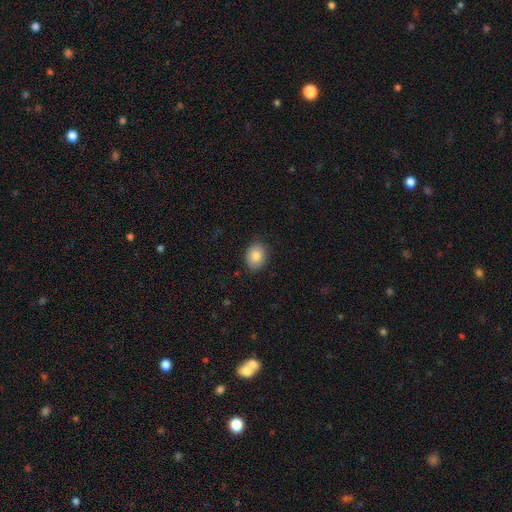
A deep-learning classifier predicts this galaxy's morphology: A smooth galaxy with no disk features (84%) that is in between round and cigar-shaped (61%).

Vote fractions:
- Smooth or featured? smooth: 84% / star or artifact: 8% / featured or disk: 8%
- How rounded? in between: 61% / round: 38% / cigar-shaped: 1%
- Merging? none: 85% / minor disturbance: 11% / major disturbance: 2% / merger: 1%